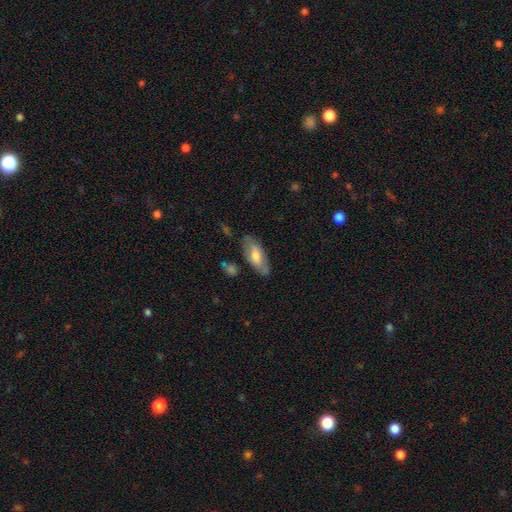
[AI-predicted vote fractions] Q: Smooth or featured?
A: smooth (57%); runner-up: featured or disk (37%)
Q: How rounded?
A: in between (81%); runner-up: cigar-shaped (16%)
Q: Merging?
A: none (77%); runner-up: minor disturbance (16%)